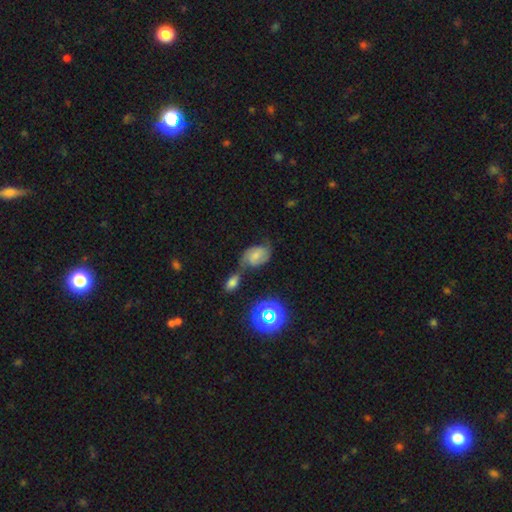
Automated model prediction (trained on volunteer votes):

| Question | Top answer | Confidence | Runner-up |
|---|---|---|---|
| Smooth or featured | featured or disk | 53% | smooth (32%) |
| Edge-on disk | no | 96% | yes (4%) |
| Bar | weak | 44% | no (42%) |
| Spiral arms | yes | 88% | no (12%) |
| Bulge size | small | 44% | moderate (30%) |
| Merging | none | 41% | merger (30%) |